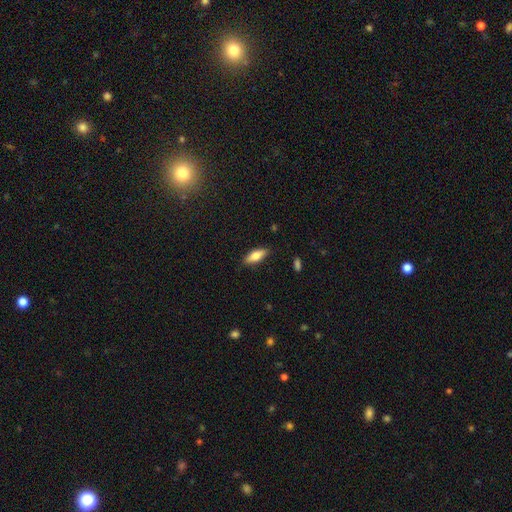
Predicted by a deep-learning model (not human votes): Smooth or featured? Predicted: smooth (p=0.74). How rounded? Predicted: in between (p=0.67). Merging? Predicted: none (p=0.86).